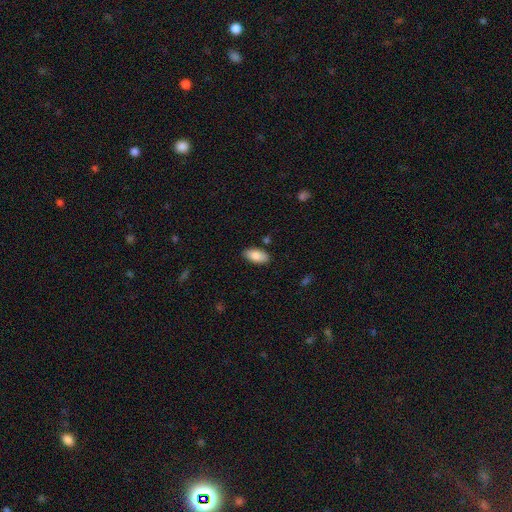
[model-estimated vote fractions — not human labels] Smooth or featured?
  - smooth: 86% *
  - featured or disk: 7%
  - star or artifact: 6%
How rounded?
  - in between: 94% *
  - cigar-shaped: 4%
  - round: 2%
Merging?
  - none: 86% *
  - minor disturbance: 10%
  - major disturbance: 2%
  - merger: 2%